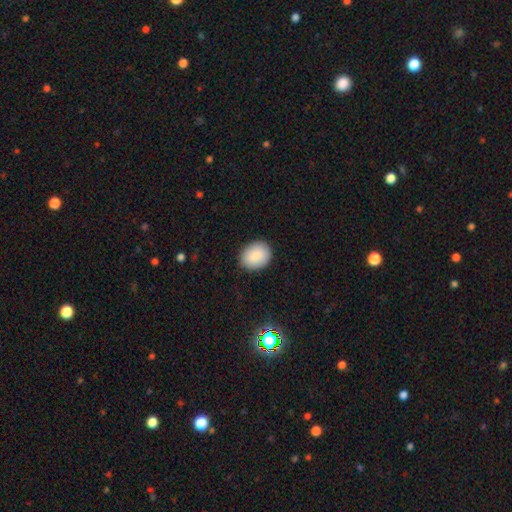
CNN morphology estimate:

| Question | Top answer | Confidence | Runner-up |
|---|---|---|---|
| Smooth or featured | smooth | 88% | star or artifact (7%) |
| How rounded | in between | 61% | round (38%) |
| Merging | none | 88% | minor disturbance (9%) |